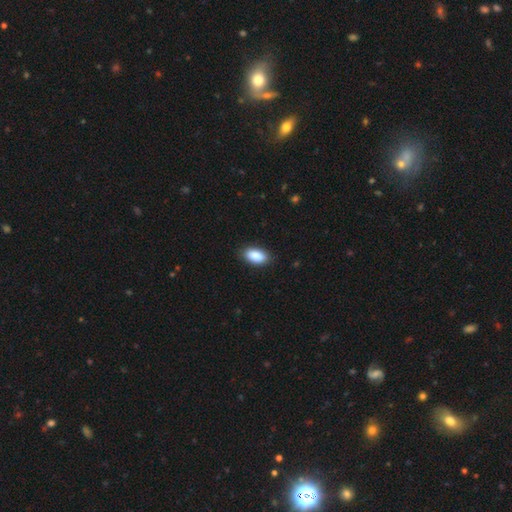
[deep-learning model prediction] Q: Smooth or featured?
A: smooth (90%); runner-up: star or artifact (7%)
Q: How rounded?
A: in between (93%); runner-up: cigar-shaped (4%)
Q: Merging?
A: none (87%); runner-up: minor disturbance (10%)